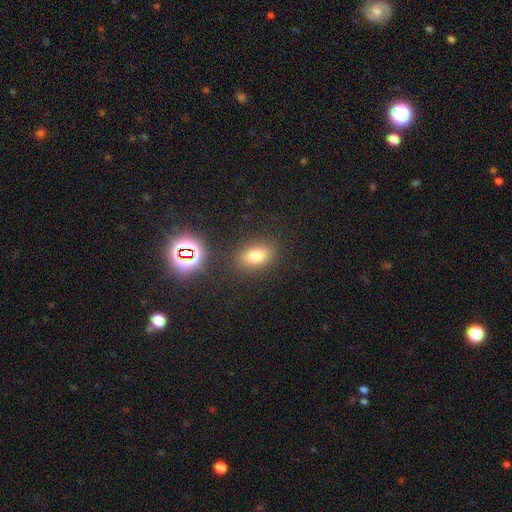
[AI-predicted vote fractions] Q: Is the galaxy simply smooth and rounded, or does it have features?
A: smooth — 75%.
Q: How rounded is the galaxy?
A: in between — 78%.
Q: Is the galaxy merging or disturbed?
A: none — 84%.